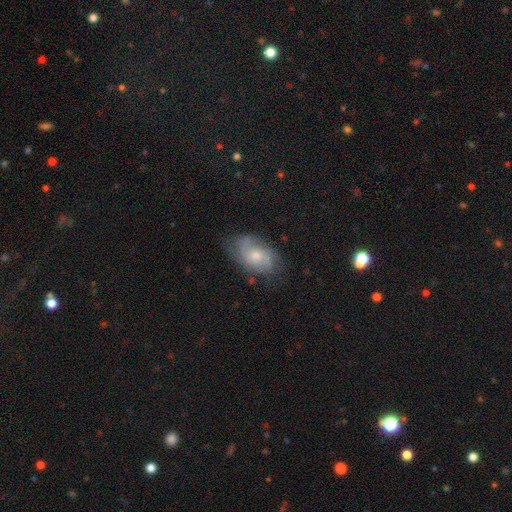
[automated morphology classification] This appears to be a featured or disk galaxy (59%) with no bar (69%), spiral arms (83%) and a moderate central bulge (55%). Merging: none (62%).